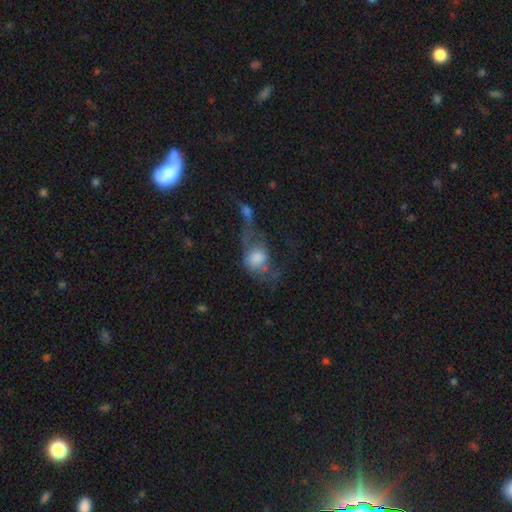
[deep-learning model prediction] Morphology: type=smooth (50%); merging=major disturbance (45%).